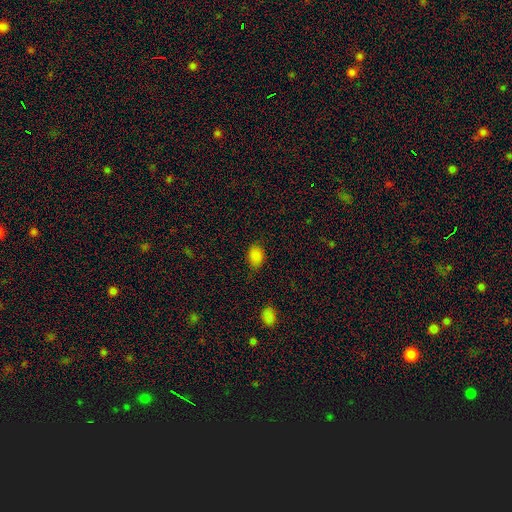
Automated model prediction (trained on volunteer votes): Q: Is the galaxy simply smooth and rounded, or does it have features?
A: smooth — 84%.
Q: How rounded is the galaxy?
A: in between — 74%.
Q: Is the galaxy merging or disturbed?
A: none — 71%.